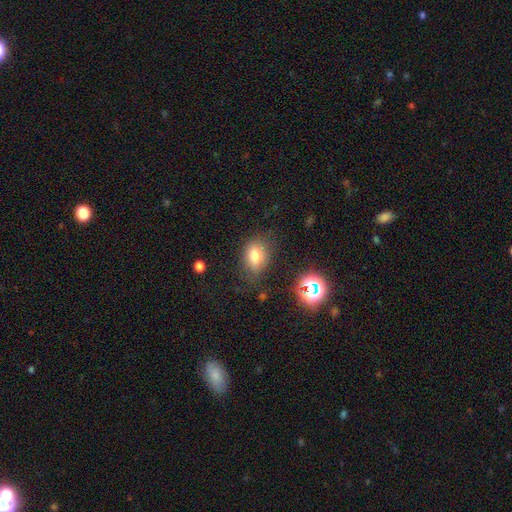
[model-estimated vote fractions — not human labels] smooth_or_featured: smooth (p=0.74) [alt: star or artifact p=0.14]
how_rounded: in between (p=0.77) [alt: round p=0.21]
merging: none (p=0.72) [alt: minor disturbance p=0.19]